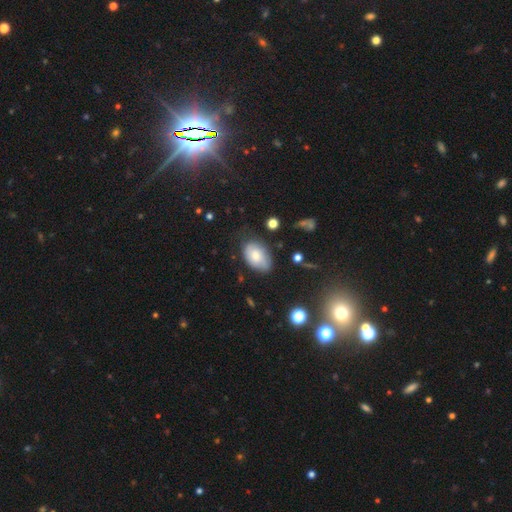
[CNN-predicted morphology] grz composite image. It shows a smooth galaxy with no disk features (68%) that is in between round and cigar-shaped (87%). Merging: none (61%).